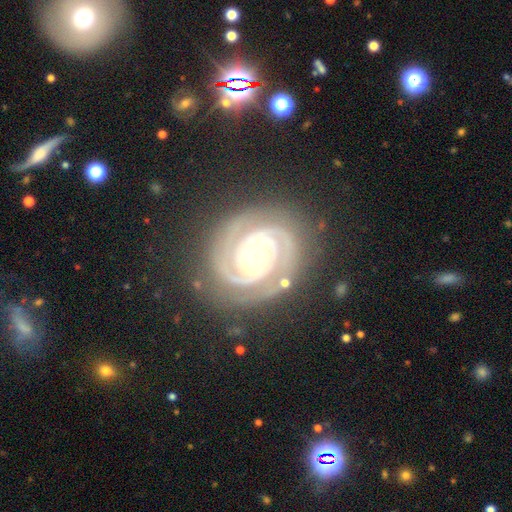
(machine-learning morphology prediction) Q: Smooth or featured?
A: featured or disk (92%); runner-up: star or artifact (5%)
Q: Edge-on disk?
A: no (98%); runner-up: yes (2%)
Q: Bar?
A: strong (49%); runner-up: weak (34%)
Q: Spiral arms?
A: yes (99%); runner-up: no (1%)
Q: Spiral winding?
A: tight (80%); runner-up: medium (18%)
Q: Spiral arm count?
A: 2 (80%); runner-up: 3 (10%)
Q: Bulge size?
A: moderate (61%); runner-up: large (19%)
Q: Merging?
A: none (81%); runner-up: minor disturbance (13%)